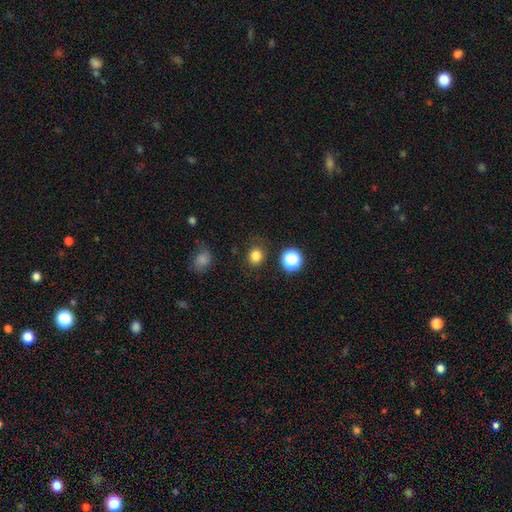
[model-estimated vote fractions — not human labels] Q: Smooth or featured?
A: smooth (81%); runner-up: star or artifact (14%)
Q: How rounded?
A: round (79%); runner-up: in between (20%)
Q: Merging?
A: none (84%); runner-up: minor disturbance (11%)